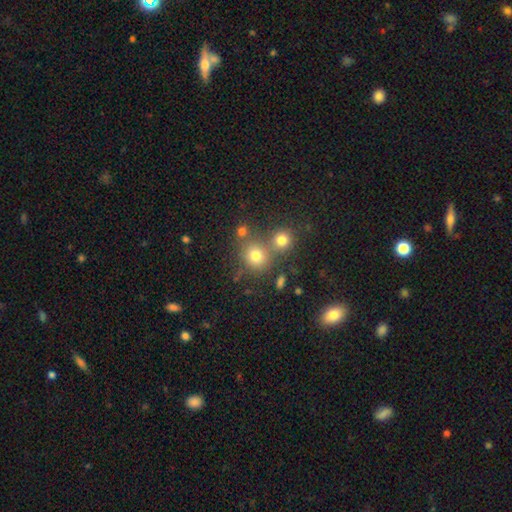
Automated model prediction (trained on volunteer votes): This is likely a smooth galaxy (75%). How rounded: clearly round (85%). Merging: likely none (62%).